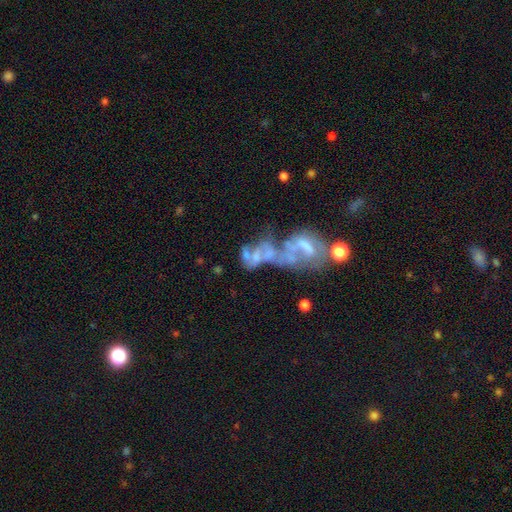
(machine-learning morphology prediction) Smooth or featured?
  - featured or disk: 57% *
  - smooth: 28%
  - star or artifact: 16%
Edge-on disk?
  - no: 97% *
  - yes: 3%
Bar?
  - no: 82% *
  - weak: 11%
  - strong: 7%
Spiral arms?
  - no: 85% *
  - yes: 15%
Bulge size?
  - none: 62% *
  - moderate: 19%
  - small: 13%
  - large: 5%
  - dominant: 2%
Merging?
  - merger: 69% *
  - major disturbance: 17%
  - none: 9%
  - minor disturbance: 5%